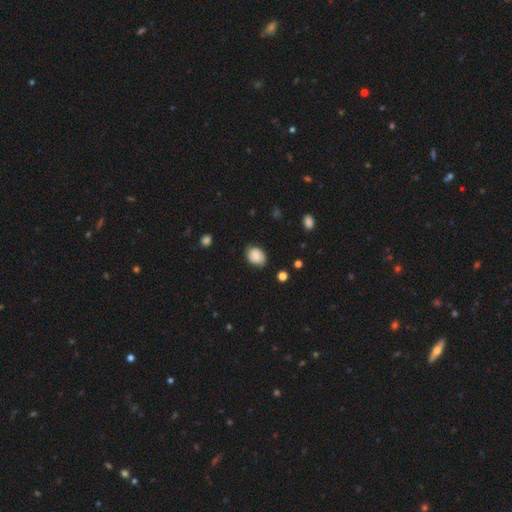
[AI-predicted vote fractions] Q: Smooth or featured?
A: smooth (85%); runner-up: star or artifact (8%)
Q: How rounded?
A: in between (65%); runner-up: round (34%)
Q: Merging?
A: none (76%); runner-up: minor disturbance (19%)